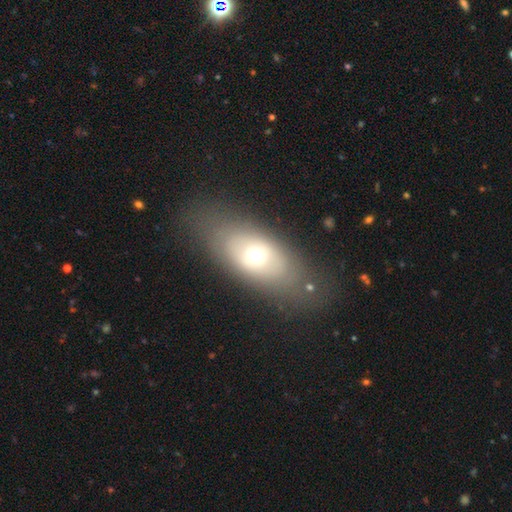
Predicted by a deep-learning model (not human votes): Q: Smooth or featured?
A: smooth (56%); runner-up: featured or disk (34%)
Q: How rounded?
A: in between (80%); runner-up: cigar-shaped (11%)
Q: Merging?
A: none (75%); runner-up: minor disturbance (15%)